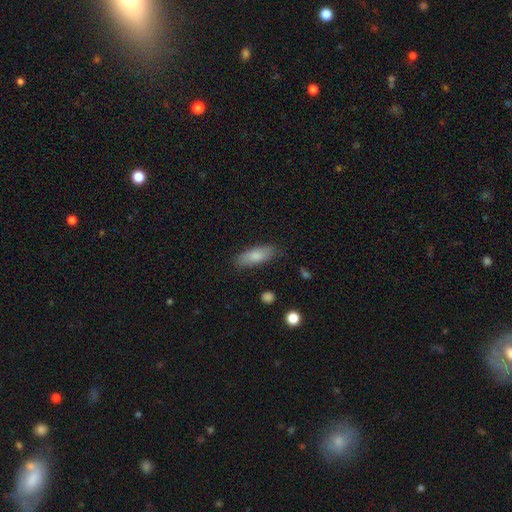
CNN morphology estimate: smooth 82%, featured or disk 12%, star or artifact 6%. Down the decision tree: how rounded — in between (68%); merging — none (83%).